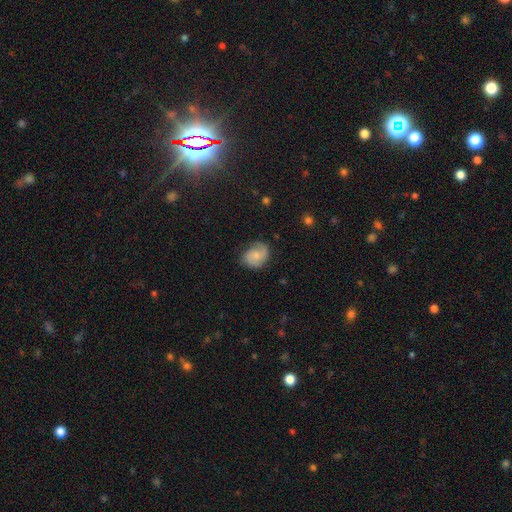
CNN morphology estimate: smooth_or_featured: featured or disk (p=0.58) [alt: smooth p=0.34]
disk_edge_on: no (p=0.98) [alt: yes p=0.02]
bar: no (p=0.64) [alt: weak p=0.31]
has_spiral_arms: yes (p=0.93) [alt: no p=0.07]
spiral_winding: medium (p=0.45) [alt: tight p=0.35]
spiral_arm_count: 2 (p=0.78) [alt: can't tell p=0.10]
bulge_size: small (p=0.42) [alt: moderate p=0.31]
merging: none (p=0.73) [alt: minor disturbance p=0.19]